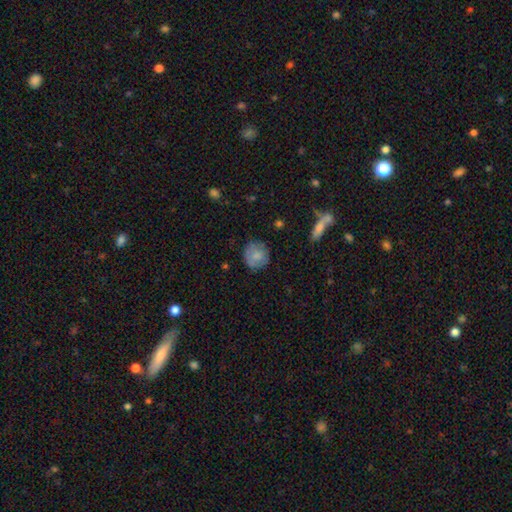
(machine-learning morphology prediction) Smooth or featured? Predicted: smooth (p=0.76). How rounded? Predicted: round (p=0.88). Merging? Predicted: none (p=0.78).